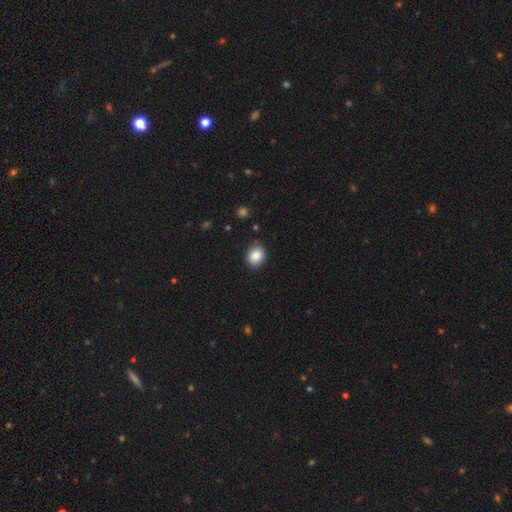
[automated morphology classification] This appears to be a smooth galaxy with no disk features (87%) that is round (55%). Merging: none (84%).